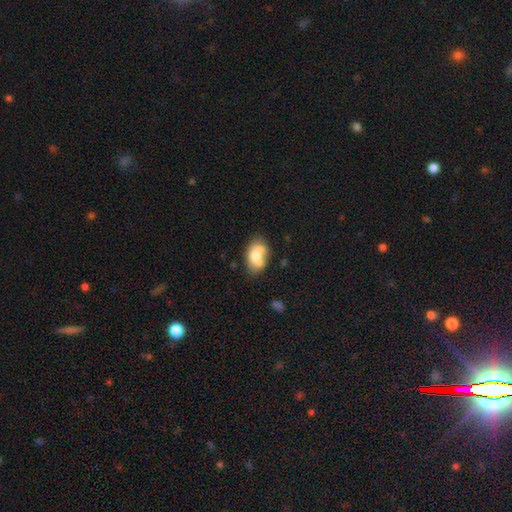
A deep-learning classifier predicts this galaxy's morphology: smooth-or-featured: smooth: 69% | featured or disk: 23% | star or artifact: 8%
  how-rounded: in between: 86% | round: 12% | cigar-shaped: 1%
  merging: none: 48% | minor disturbance: 24% | merger: 20% | major disturbance: 8%